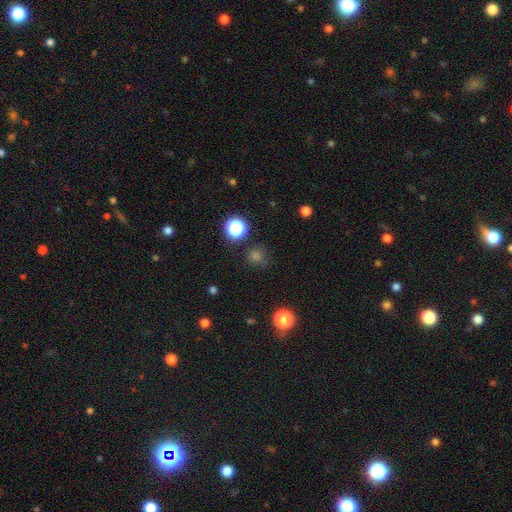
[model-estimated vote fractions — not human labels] Q: Smooth or featured?
A: smooth (59%); runner-up: star or artifact (35%)
Q: How rounded?
A: round (92%); runner-up: in between (7%)
Q: Merging?
A: none (85%); runner-up: minor disturbance (8%)